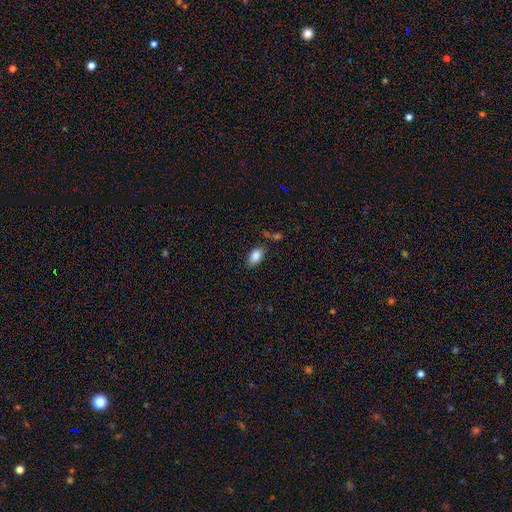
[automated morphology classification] Smooth or featured? smooth (86%)
How rounded? in between (92%)
Merging? none (78%)